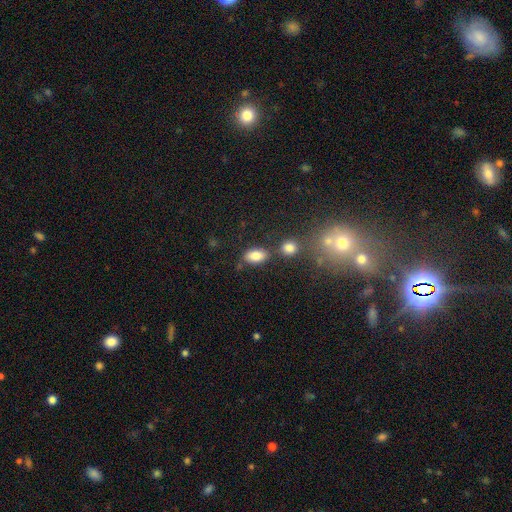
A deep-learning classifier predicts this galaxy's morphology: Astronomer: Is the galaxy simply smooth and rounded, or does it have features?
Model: smooth — 83%.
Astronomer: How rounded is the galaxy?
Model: in between — 89%.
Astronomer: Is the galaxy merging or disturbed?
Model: none — 70%.